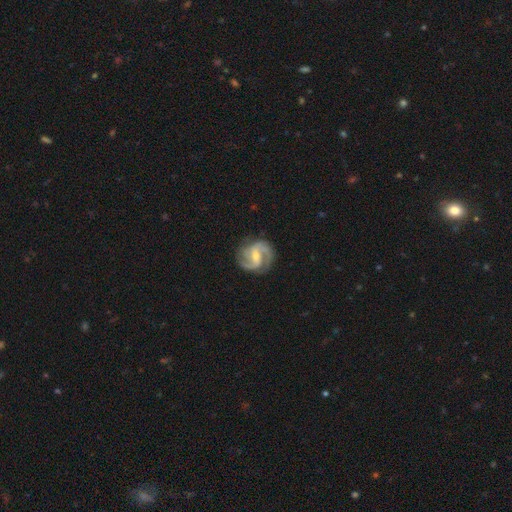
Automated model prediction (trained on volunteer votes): smooth_or_featured: featured or disk (p=0.91) [alt: smooth p=0.05]
disk_edge_on: no (p=0.98) [alt: yes p=0.02]
bar: weak (p=0.50) [alt: strong p=0.27]
has_spiral_arms: yes (p=0.98) [alt: no p=0.02]
spiral_winding: medium (p=0.59) [alt: tight p=0.25]
spiral_arm_count: 2 (p=0.60) [alt: 3 p=0.27]
bulge_size: small (p=0.52) [alt: moderate p=0.43]
merging: none (p=0.81) [alt: minor disturbance p=0.14]